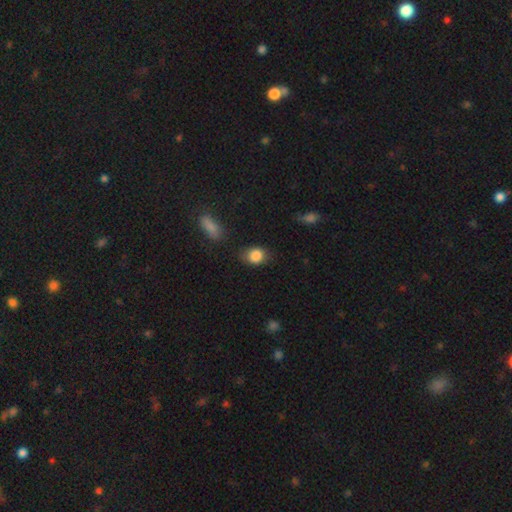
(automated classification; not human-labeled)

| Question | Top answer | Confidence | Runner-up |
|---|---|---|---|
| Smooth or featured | smooth | 86% | star or artifact (8%) |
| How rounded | round | 49% | tied: in between (49%) |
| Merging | none | 68% | minor disturbance (23%) |